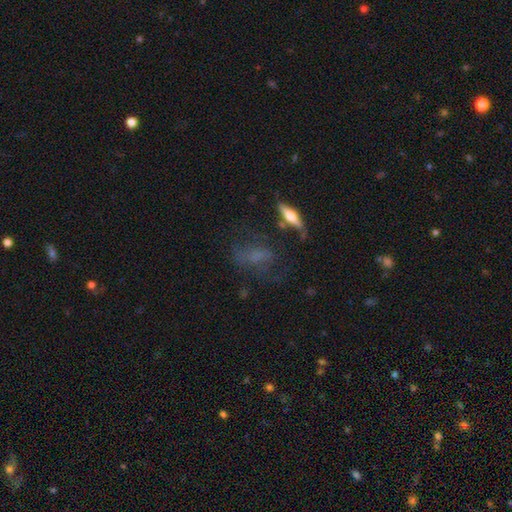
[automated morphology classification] A smooth galaxy with no disk features (40%).

Vote fractions:
- Smooth or featured? smooth: 40% / featured or disk: 39% / star or artifact: 21%
- Merging? none: 49% / major disturbance: 23% / minor disturbance: 22% / merger: 6%